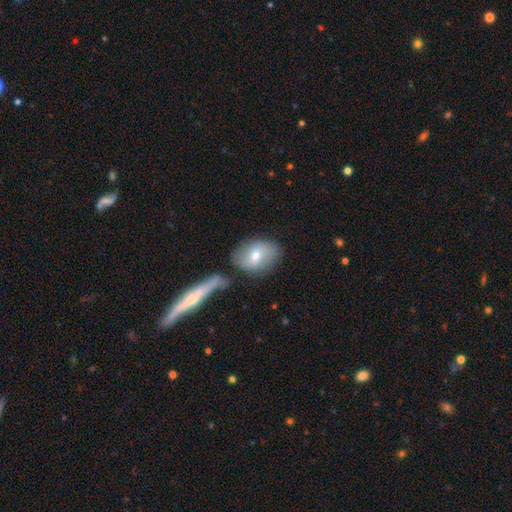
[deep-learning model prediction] This is likely a smooth galaxy (66%). How rounded: likely in between (73%). Merging: likely none (63%).